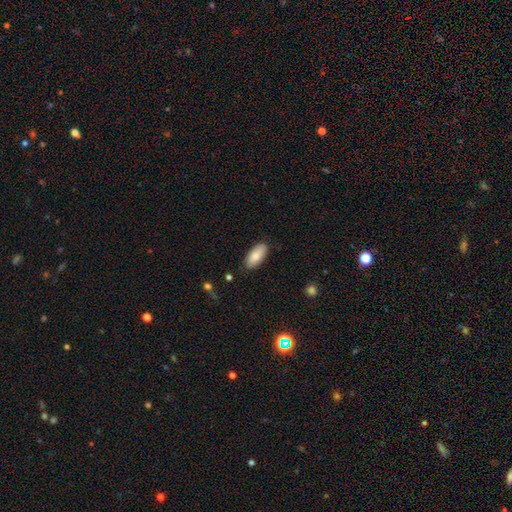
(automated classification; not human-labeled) smooth-or-featured: smooth: 84% | featured or disk: 10% | star or artifact: 6%
  how-rounded: in between: 88% | cigar-shaped: 10% | round: 2%
  merging: none: 84% | minor disturbance: 12% | major disturbance: 2% | merger: 1%